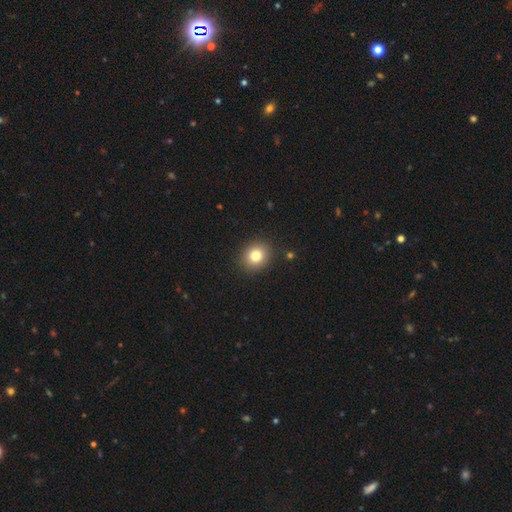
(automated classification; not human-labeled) A smooth galaxy with no disk features (80%) that is round (75%). Merging: none (90%).